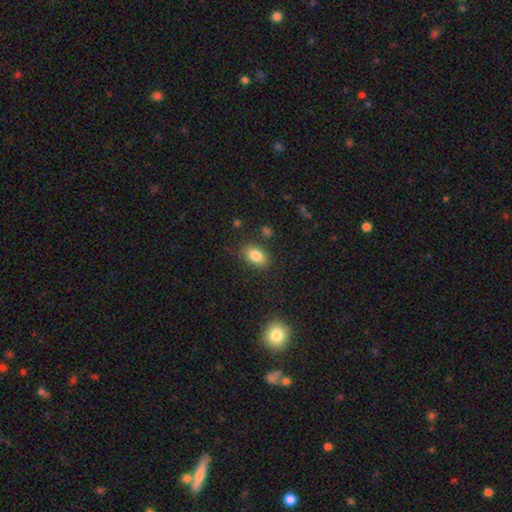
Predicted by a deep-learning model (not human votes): A smooth galaxy with no disk features (84%) that is in between round and cigar-shaped (89%). Merging: none (83%).